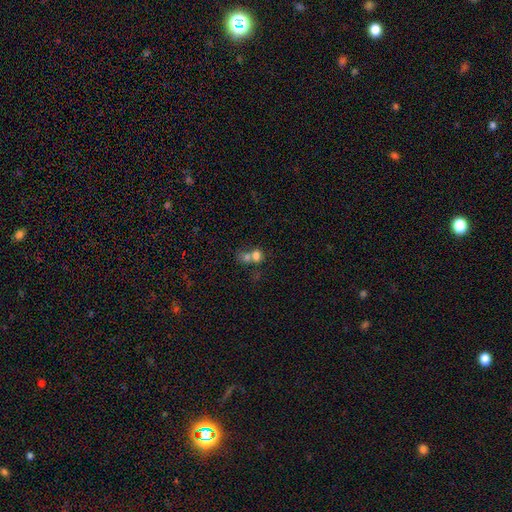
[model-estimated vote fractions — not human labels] Morphology: type=smooth (70%); roundness=round (64%); merging=merger (60%).